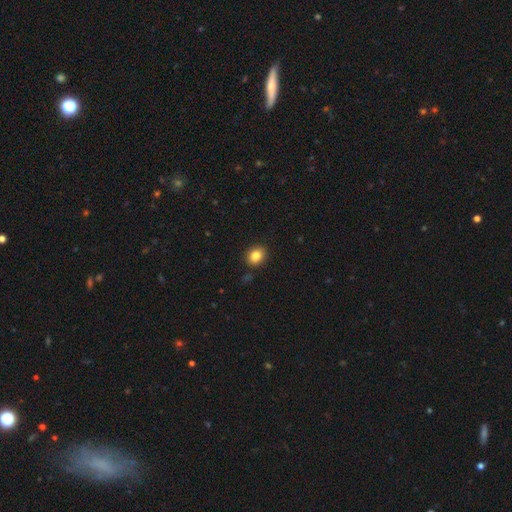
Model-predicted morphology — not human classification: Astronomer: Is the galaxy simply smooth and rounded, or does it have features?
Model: smooth — 84%.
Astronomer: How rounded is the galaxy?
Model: round — 57% (runner-up: in between, 42%).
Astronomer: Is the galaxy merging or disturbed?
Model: none — 88%.